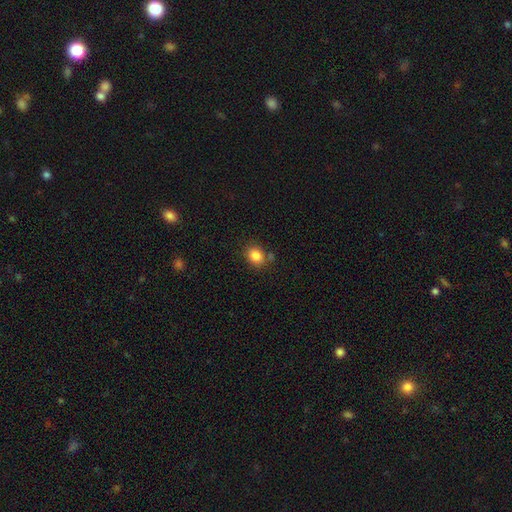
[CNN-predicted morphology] A smooth galaxy with no disk features (84%) that is round (59%). Merging: none (77%).